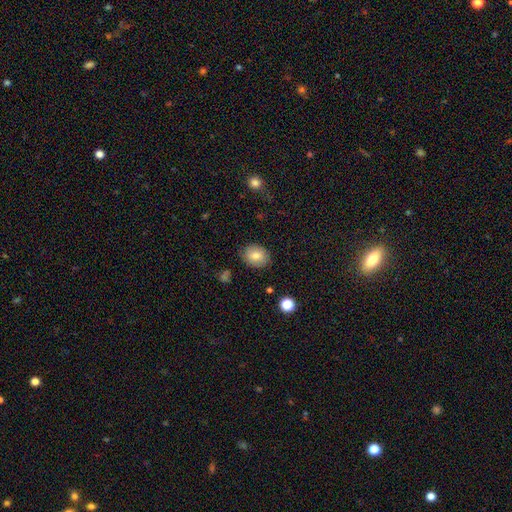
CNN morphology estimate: Smooth or featured? Predicted: smooth (p=0.80). How rounded? Predicted: in between (p=0.56). Merging? Predicted: none (p=0.83).